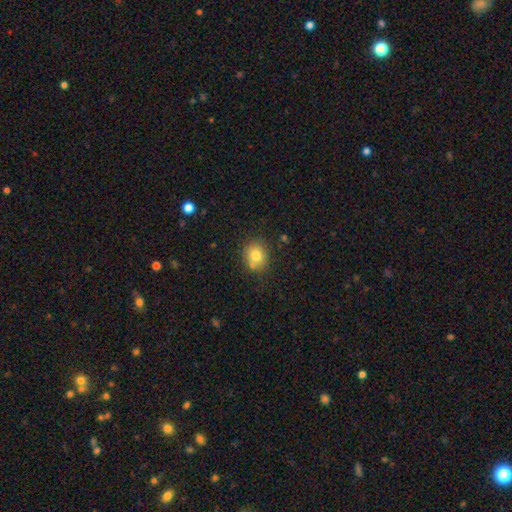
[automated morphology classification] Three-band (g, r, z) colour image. It shows a smooth galaxy with no disk features (79%) that is round (72%). Merging: none (72%).